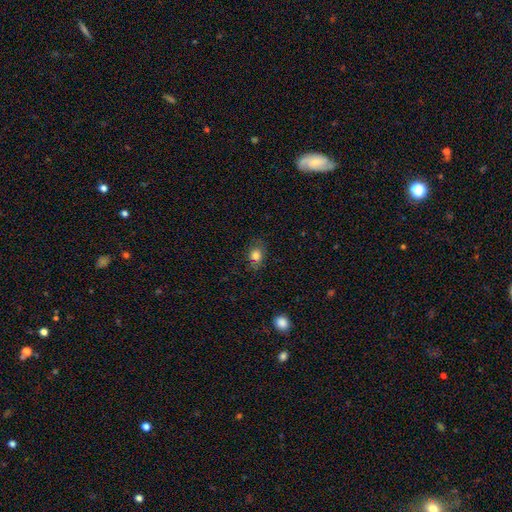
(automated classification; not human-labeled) smooth-or-featured: smooth: 81% | star or artifact: 11% | featured or disk: 8%
  how-rounded: in between: 60% | round: 38% | cigar-shaped: 2%
  merging: none: 77% | minor disturbance: 17% | major disturbance: 5% | merger: 1%